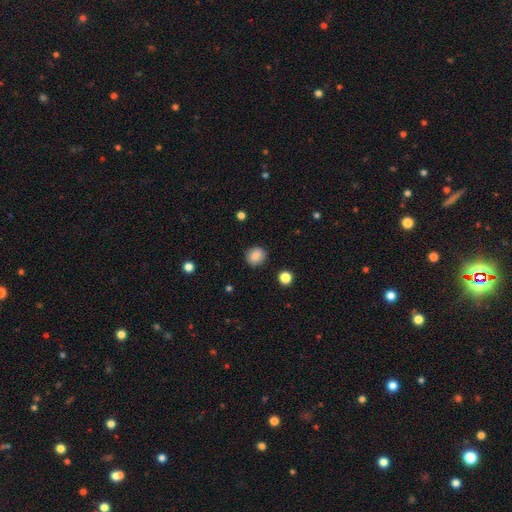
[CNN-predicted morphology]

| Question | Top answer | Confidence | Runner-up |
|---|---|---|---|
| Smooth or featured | smooth | 85% | star or artifact (9%) |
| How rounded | round | 85% | in between (15%) |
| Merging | none | 89% | minor disturbance (8%) |